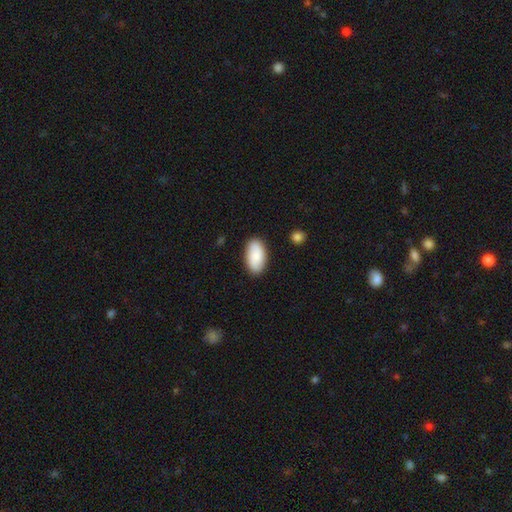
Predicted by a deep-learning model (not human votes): The model was most divided on "smooth or featured": smooth: 83%, featured or disk: 11%, star or artifact: 6%. More confident: how rounded — in between (95%); merging — none (86%).